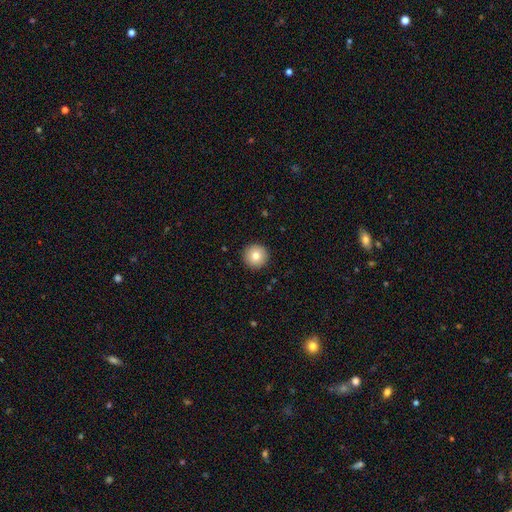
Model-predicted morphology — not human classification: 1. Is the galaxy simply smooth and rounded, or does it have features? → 81% smooth, 10% featured or disk, 9% star or artifact.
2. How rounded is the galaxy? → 97% round, 2% in between, 1% cigar-shaped.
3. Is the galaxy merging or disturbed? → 93% none, 4% minor disturbance, 1% major disturbance, 1% merger.